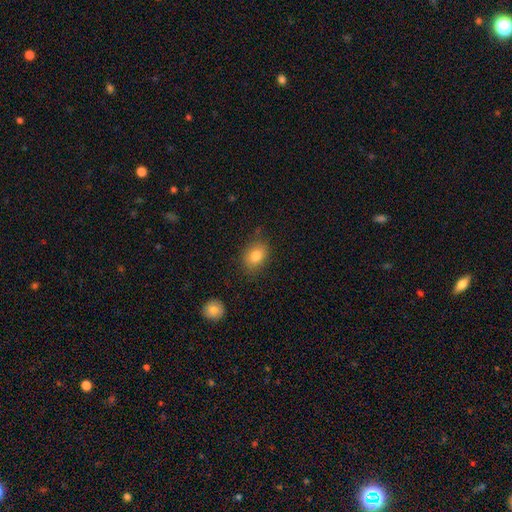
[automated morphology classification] A smooth galaxy with no disk features (81%) that is in between round and cigar-shaped (69%). Merging: none (80%).